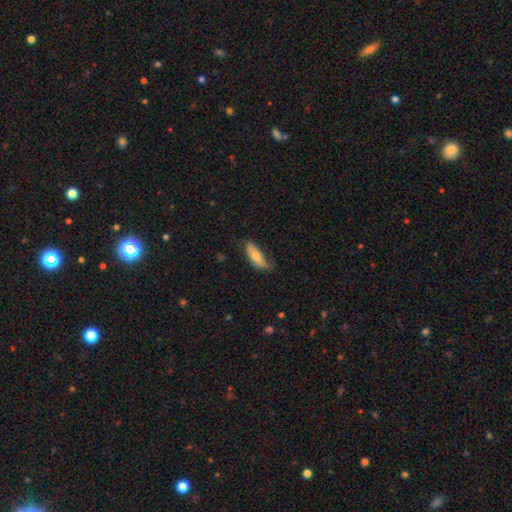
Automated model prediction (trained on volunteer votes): This is likely a smooth galaxy (65%). How rounded: likely in between (68%). Merging: possibly none (59%).